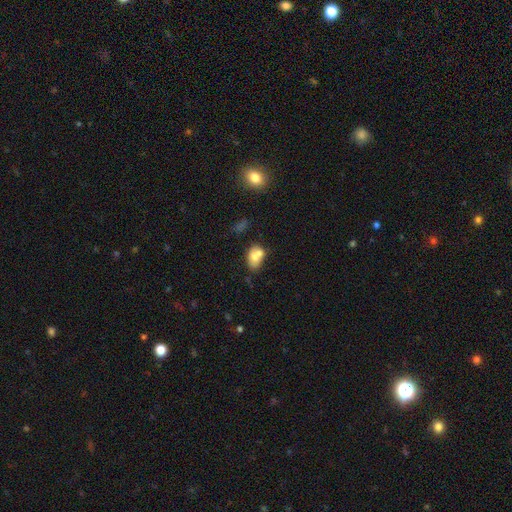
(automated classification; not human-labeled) Smooth or featured?
  - smooth: 69% *
  - featured or disk: 21%
  - star or artifact: 10%
How rounded?
  - in between: 74% *
  - round: 25%
  - cigar-shaped: 2%
Merging?
  - merger: 49% *
  - none: 31%
  - minor disturbance: 14%
  - major disturbance: 6%